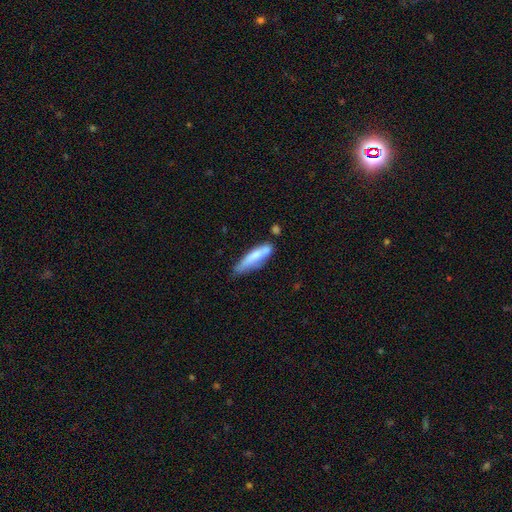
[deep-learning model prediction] A smooth galaxy with no disk features (69%) that is cigar-shaped (72%). Merging: none (48%).